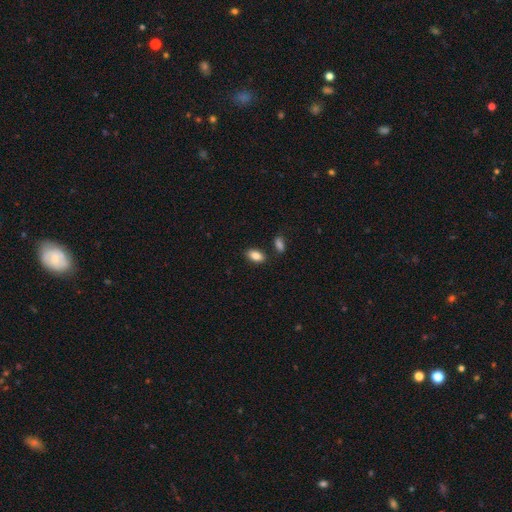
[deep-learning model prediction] A smooth galaxy with no disk features (86%) that is in between round and cigar-shaped (92%). Merging: none (83%).